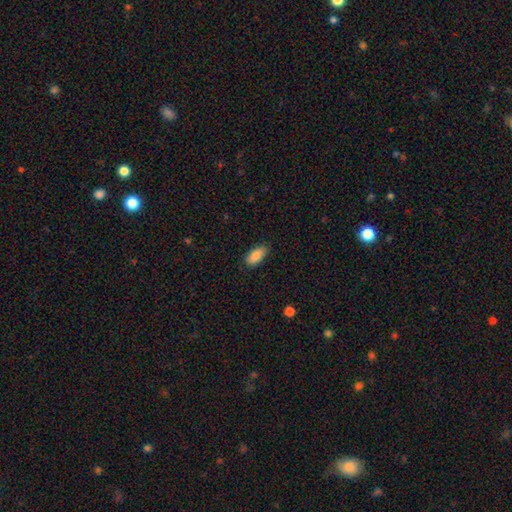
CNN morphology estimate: A smooth galaxy with no disk features (87%) that is in between round and cigar-shaped (91%).

Vote fractions:
- Smooth or featured? smooth: 87% / star or artifact: 7% / featured or disk: 6%
- How rounded? in between: 91% / cigar-shaped: 7% / round: 2%
- Merging? none: 82% / minor disturbance: 14% / major disturbance: 3% / merger: 1%